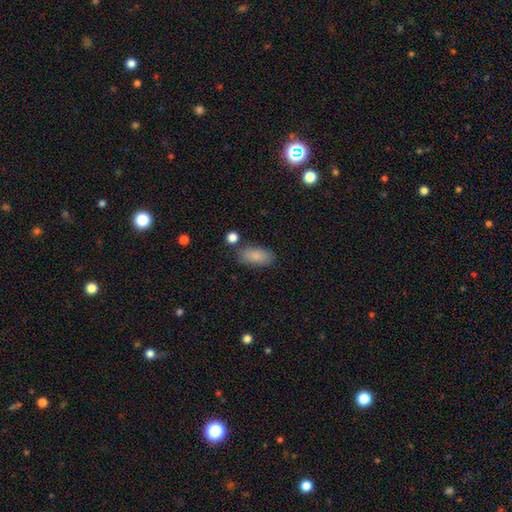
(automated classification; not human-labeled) Q: Smooth or featured?
A: smooth (85%); runner-up: featured or disk (8%)
Q: How rounded?
A: in between (90%); runner-up: cigar-shaped (6%)
Q: Merging?
A: none (76%); runner-up: minor disturbance (15%)